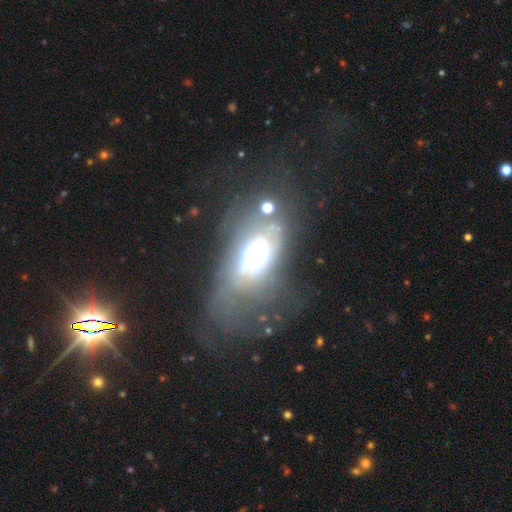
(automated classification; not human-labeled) smooth_or_featured: featured or disk (p=0.62) [alt: smooth p=0.26]
disk_edge_on: no (p=0.89) [alt: yes p=0.11]
bar: no (p=0.68) [alt: weak p=0.21]
has_spiral_arms: no (p=0.56) [alt: yes p=0.44]
bulge_size: large (p=0.44) [alt: moderate p=0.37]
merging: major disturbance (p=0.43) [alt: none p=0.28]